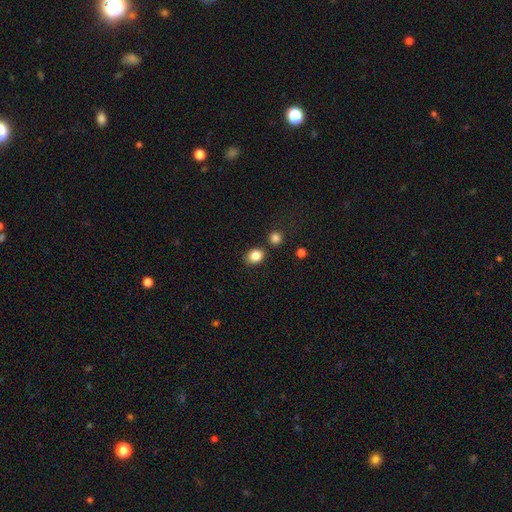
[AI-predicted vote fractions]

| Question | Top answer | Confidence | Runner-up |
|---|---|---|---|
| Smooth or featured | smooth | 84% | star or artifact (10%) |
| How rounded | in between | 54% | round (45%) |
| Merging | none | 78% | minor disturbance (10%) |